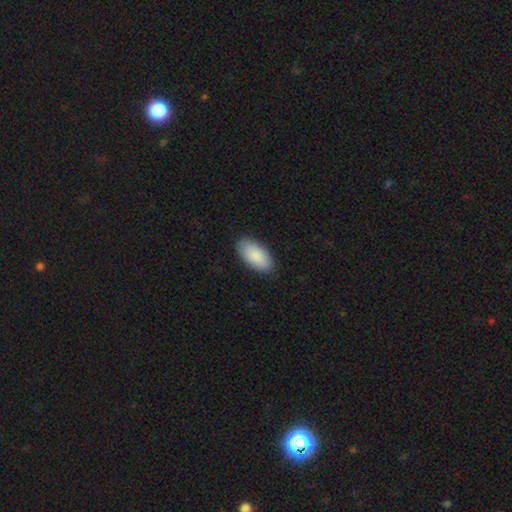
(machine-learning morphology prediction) smooth_or_featured: smooth (p=0.89) [alt: featured or disk p=0.06]
how_rounded: in between (p=0.95) [alt: cigar-shaped p=0.03]
merging: none (p=0.88) [alt: minor disturbance p=0.09]